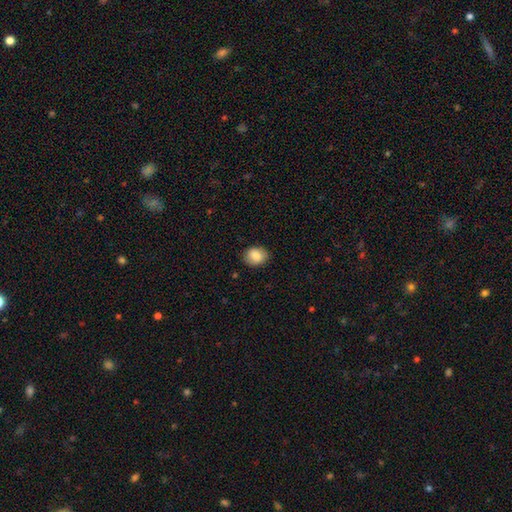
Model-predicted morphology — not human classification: type=smooth (84%); roundness=round (52%); merging=none (87%).